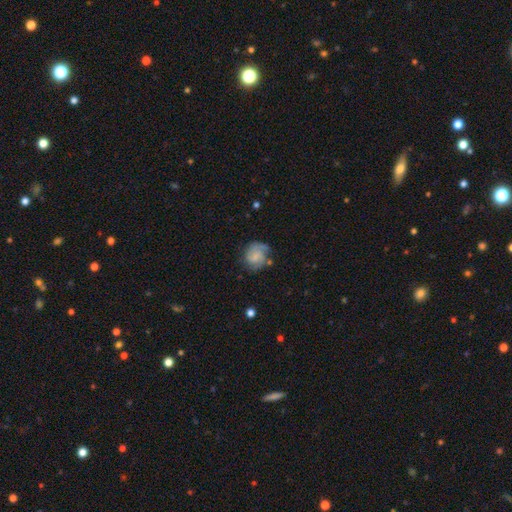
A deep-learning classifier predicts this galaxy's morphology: smooth_or_featured: featured or disk (p=0.59) [alt: smooth p=0.33]
disk_edge_on: no (p=0.98) [alt: yes p=0.02]
bar: no (p=0.52) [alt: weak p=0.40]
has_spiral_arms: yes (p=0.89) [alt: no p=0.11]
spiral_winding: tight (p=0.42) [alt: medium p=0.41]
spiral_arm_count: 2 (p=0.57) [alt: can't tell p=0.18]
bulge_size: none (p=0.38) [alt: small p=0.37]
merging: none (p=0.60) [alt: minor disturbance p=0.23]